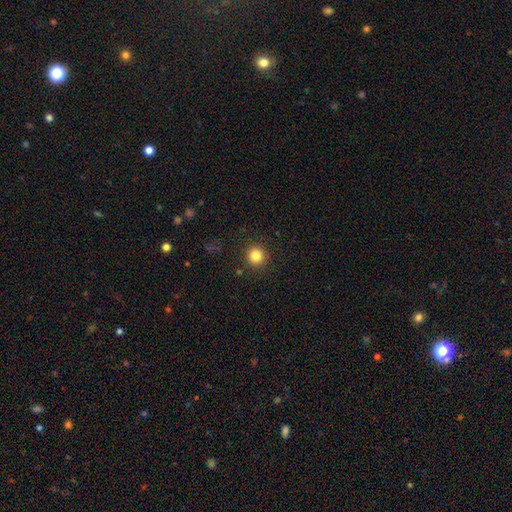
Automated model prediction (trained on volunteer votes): Q: Smooth or featured?
A: smooth (84%); runner-up: star or artifact (11%)
Q: How rounded?
A: round (94%); runner-up: in between (6%)
Q: Merging?
A: none (90%); runner-up: minor disturbance (6%)